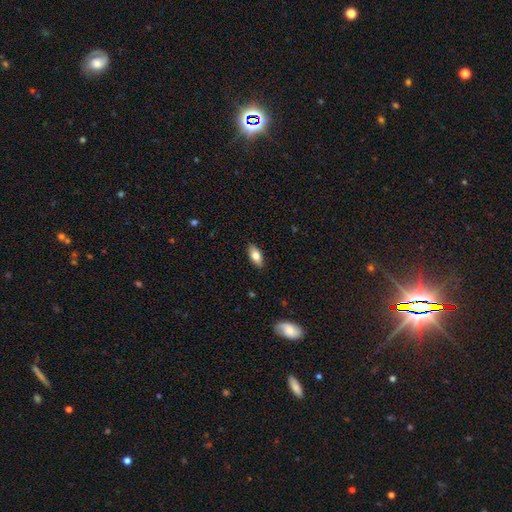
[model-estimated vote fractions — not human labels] Smooth or featured? Predicted: smooth (p=0.75). How rounded? Predicted: in between (p=0.85). Merging? Predicted: none (p=0.88).